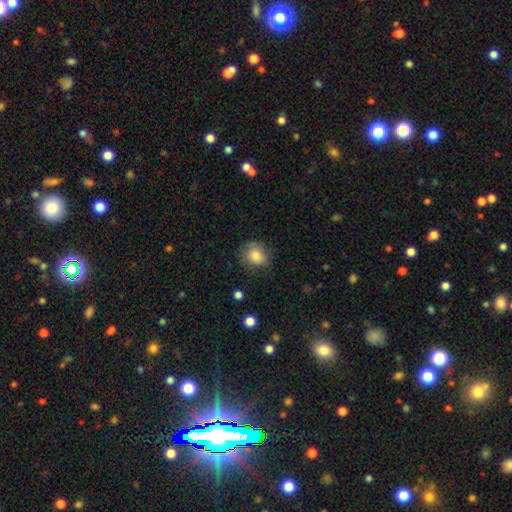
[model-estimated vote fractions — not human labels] Smooth or featured? Predicted: smooth (p=0.80). How rounded? Predicted: round (p=0.66). Merging? Predicted: none (p=0.67).